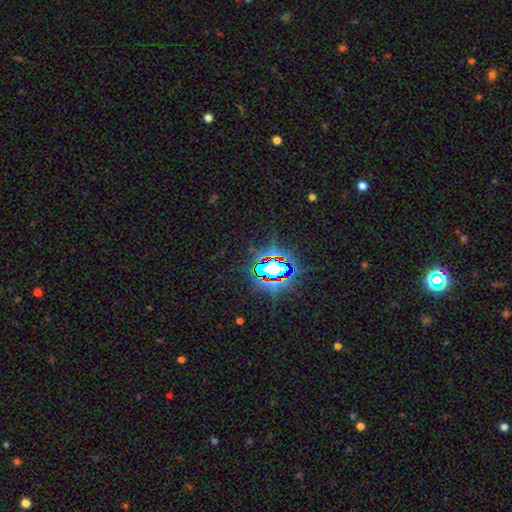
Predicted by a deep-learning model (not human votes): Q: Smooth or featured?
A: star or artifact (83%); runner-up: smooth (10%)